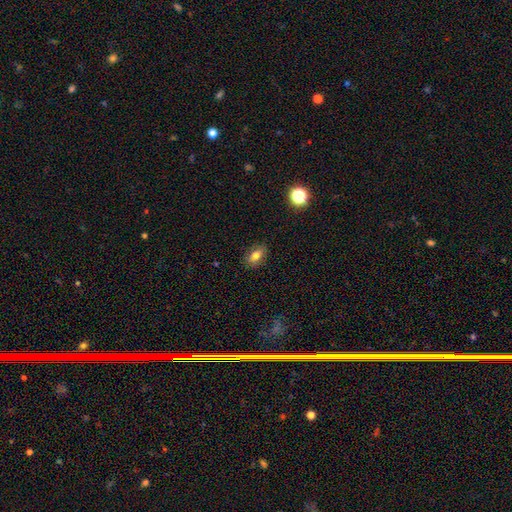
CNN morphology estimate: Smooth or featured? smooth (75%)
How rounded? in between (82%)
Merging? none (85%)